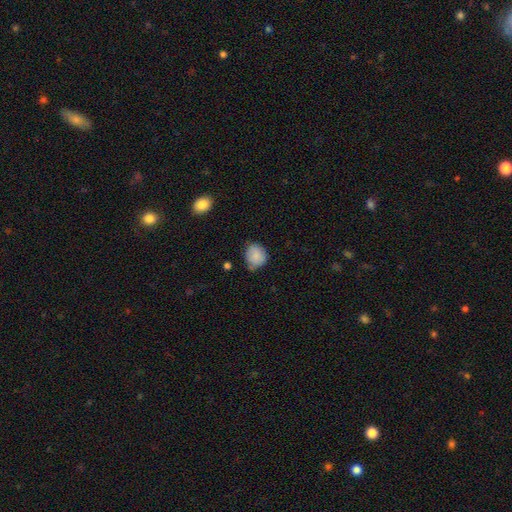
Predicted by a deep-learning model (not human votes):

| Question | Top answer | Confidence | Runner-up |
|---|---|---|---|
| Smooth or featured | smooth | 85% | star or artifact (8%) |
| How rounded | round | 70% | in between (29%) |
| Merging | none | 62% | minor disturbance (31%) |